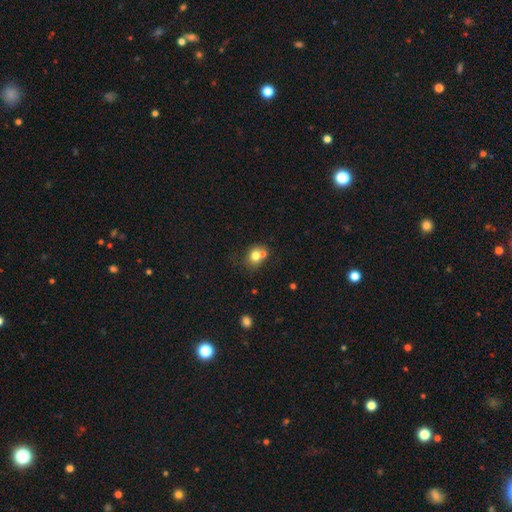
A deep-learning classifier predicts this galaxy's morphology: The model was most divided on "merging": merger: 47%, none: 38%, minor disturbance: 11%, major disturbance: 5%. More confident: smooth or featured — smooth (74%); how rounded — round (67%).